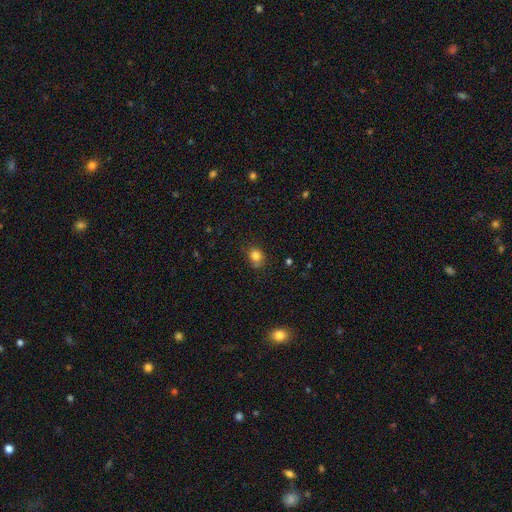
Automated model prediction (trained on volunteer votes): Smooth or featured: smooth — 81% (star or artifact — 12%)
How rounded: round — 70% (in between — 29%)
Merging: none — 68% (minor disturbance — 20%)